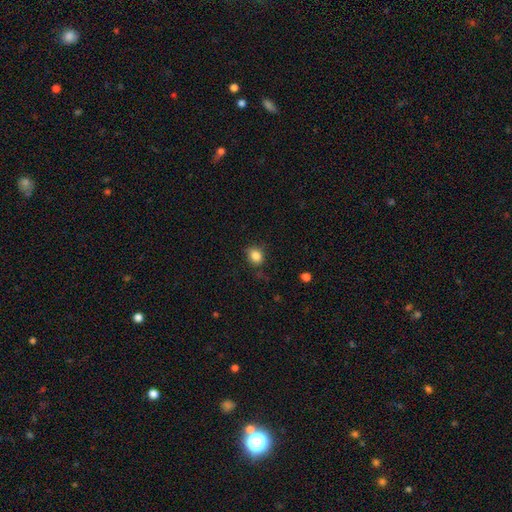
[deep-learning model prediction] Q: Smooth or featured?
A: smooth (84%); runner-up: star or artifact (10%)
Q: How rounded?
A: round (69%); runner-up: in between (30%)
Q: Merging?
A: none (72%); runner-up: minor disturbance (21%)